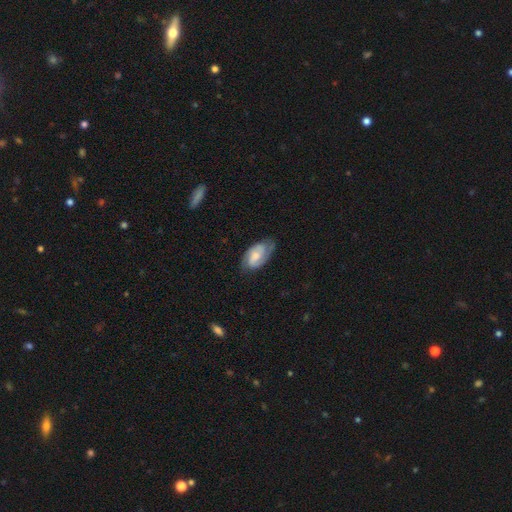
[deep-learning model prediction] Overall: featured or disk (63%; smooth 31%). Edge-on disk: no (96%). Bar: no (52%; weak 39%). Spiral arms: yes (91%). Spiral arm count: 2 (73%). Spiral winding: medium (43%; tight 40%). Bulge size: moderate (42%; small 35%). Merging: none (65%; minor disturbance 26%).